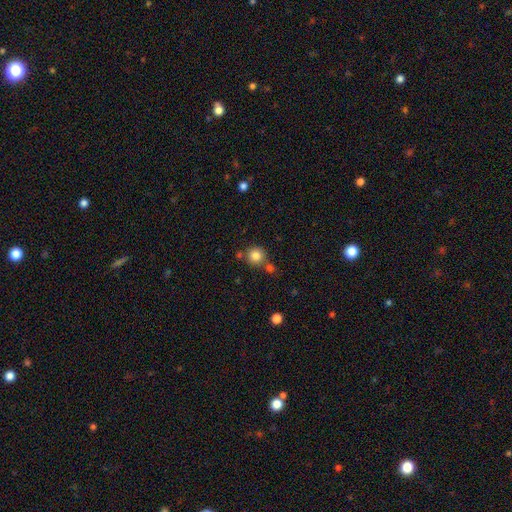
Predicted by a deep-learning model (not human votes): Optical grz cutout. It shows a smooth galaxy with no disk features (82%) that is round (91%). Merging: none (70%).